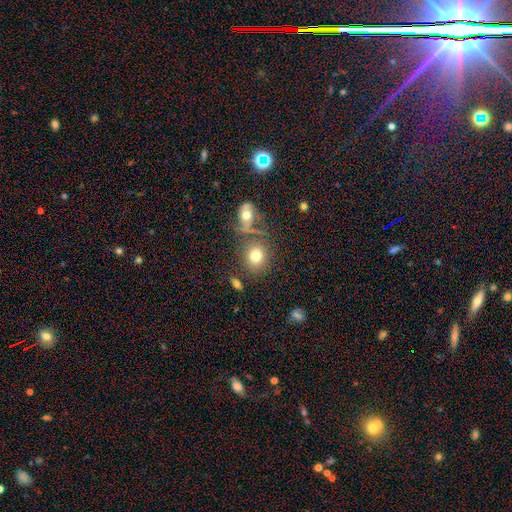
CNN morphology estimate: Overall: smooth (74%). How rounded: round (72%). Merging: none (64%).